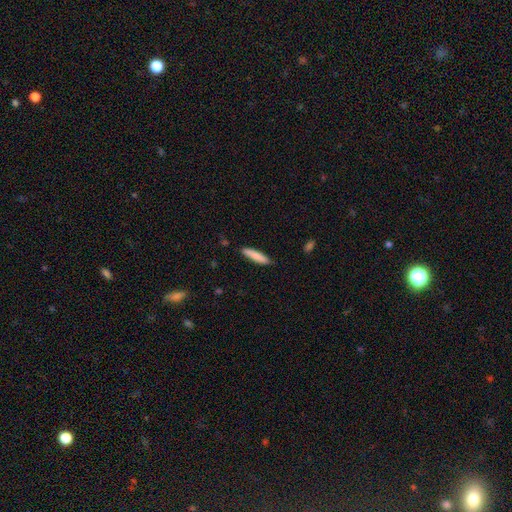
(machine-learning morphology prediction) Q: Smooth or featured?
A: smooth (82%); runner-up: featured or disk (12%)
Q: How rounded?
A: cigar-shaped (85%); runner-up: in between (14%)
Q: Merging?
A: none (87%); runner-up: minor disturbance (10%)